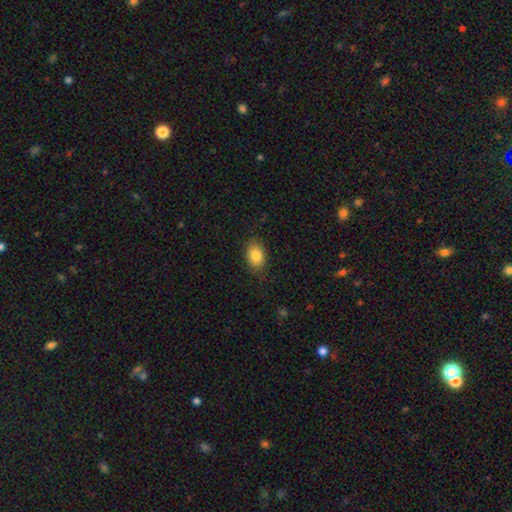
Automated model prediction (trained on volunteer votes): Smooth or featured: smooth — 84% (star or artifact — 8%)
How rounded: in between — 78% (round — 21%)
Merging: none — 82% (minor disturbance — 14%)